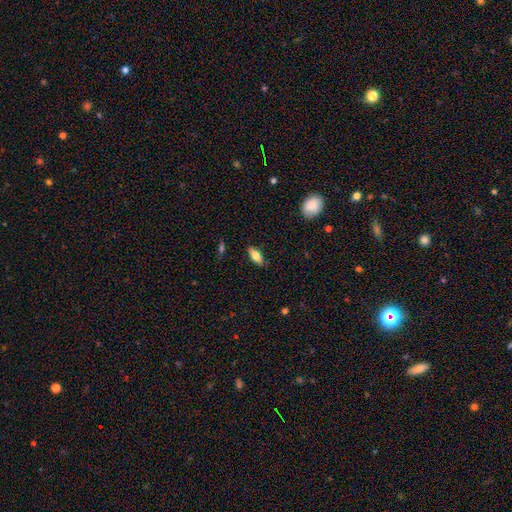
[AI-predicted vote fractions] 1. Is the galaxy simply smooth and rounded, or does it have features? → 76% smooth, 16% featured or disk, 7% star or artifact.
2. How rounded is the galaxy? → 82% in between, 16% cigar-shaped, 2% round.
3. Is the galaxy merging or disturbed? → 85% none, 11% minor disturbance, 2% major disturbance, 1% merger.